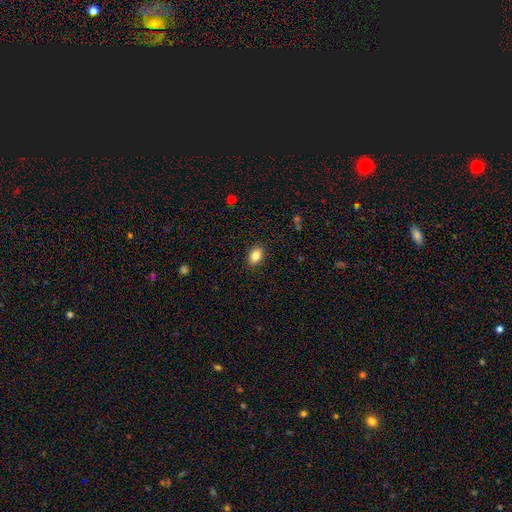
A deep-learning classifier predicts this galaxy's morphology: smooth-or-featured: smooth: 84% | star or artifact: 8% | featured or disk: 7%
  how-rounded: in between: 84% | round: 14% | cigar-shaped: 2%
  merging: none: 89% | minor disturbance: 8% | major disturbance: 2% | merger: 1%